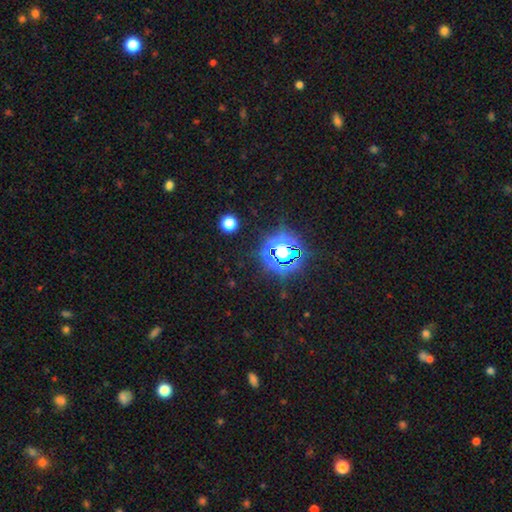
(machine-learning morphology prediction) A star or artifact, not a galaxy (79%).